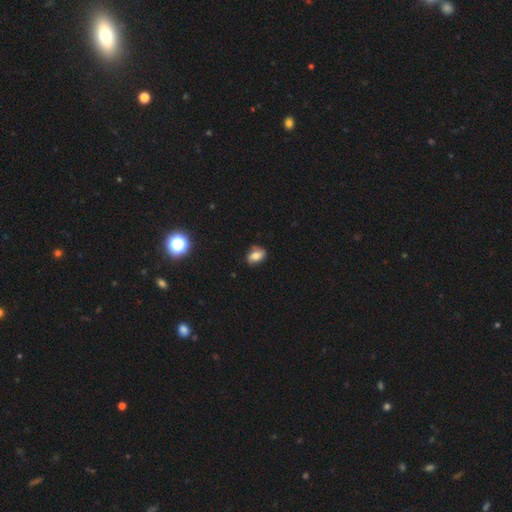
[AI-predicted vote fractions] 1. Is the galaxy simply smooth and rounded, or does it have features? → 59% smooth, 30% featured or disk, 11% star or artifact.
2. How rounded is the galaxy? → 74% in between, 25% round, 2% cigar-shaped.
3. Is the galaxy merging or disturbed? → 72% none, 22% minor disturbance, 5% major disturbance, 1% merger.